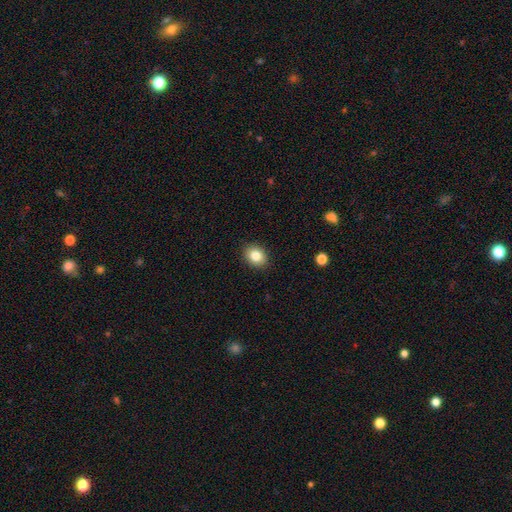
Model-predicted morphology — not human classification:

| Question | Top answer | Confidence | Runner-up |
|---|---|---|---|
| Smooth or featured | smooth | 83% | star or artifact (9%) |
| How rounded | in between | 55% | round (44%) |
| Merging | none | 89% | minor disturbance (8%) |